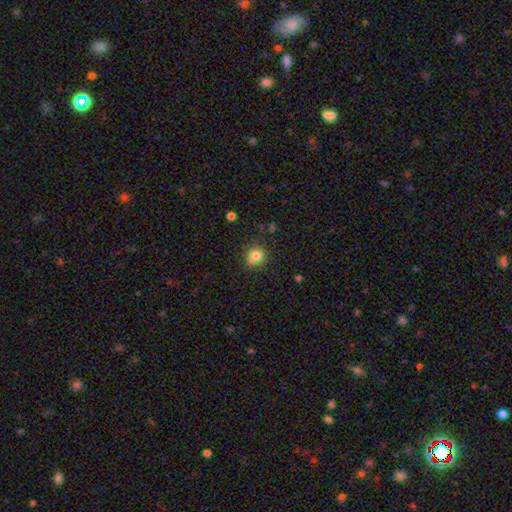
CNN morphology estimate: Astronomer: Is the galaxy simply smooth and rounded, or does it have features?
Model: smooth — 79%.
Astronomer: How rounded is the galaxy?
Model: round — 89%.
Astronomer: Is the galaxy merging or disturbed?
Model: none — 74%.